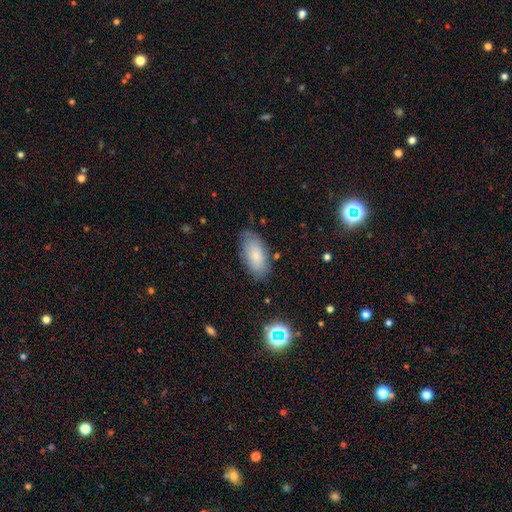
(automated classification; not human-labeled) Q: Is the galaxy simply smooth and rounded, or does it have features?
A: smooth — 73%.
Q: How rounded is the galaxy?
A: in between — 92%.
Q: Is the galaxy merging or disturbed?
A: none — 75%.